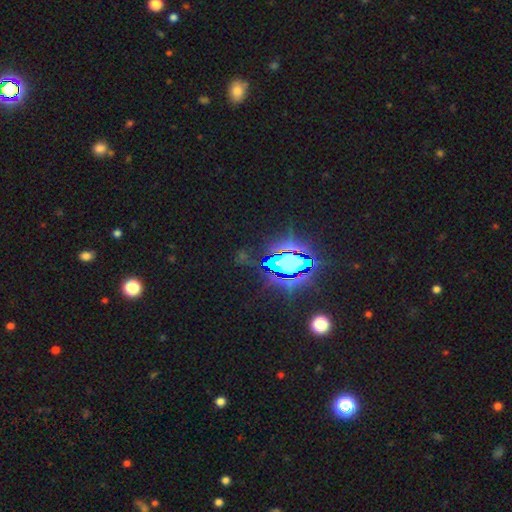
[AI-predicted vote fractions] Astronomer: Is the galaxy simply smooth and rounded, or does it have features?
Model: star or artifact — 83%.